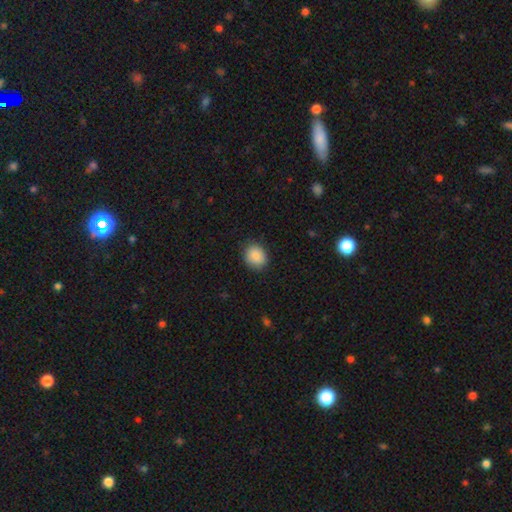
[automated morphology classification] A smooth galaxy with no disk features (88%) that is round (63%). Merging: none (87%).